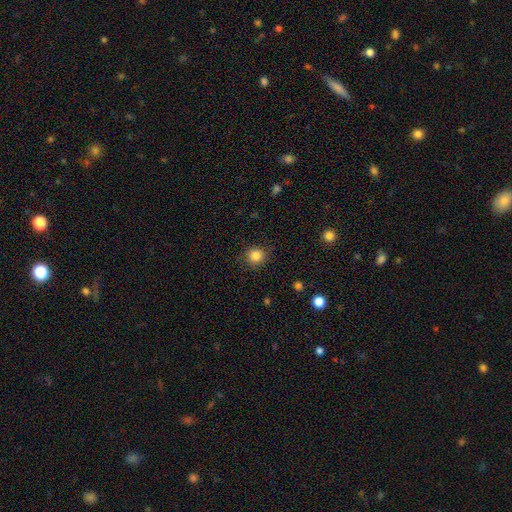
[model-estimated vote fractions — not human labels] The model was most divided on "smooth or featured": smooth: 84%, star or artifact: 11%, featured or disk: 5%. More confident: how rounded — round (91%); merging — none (86%).